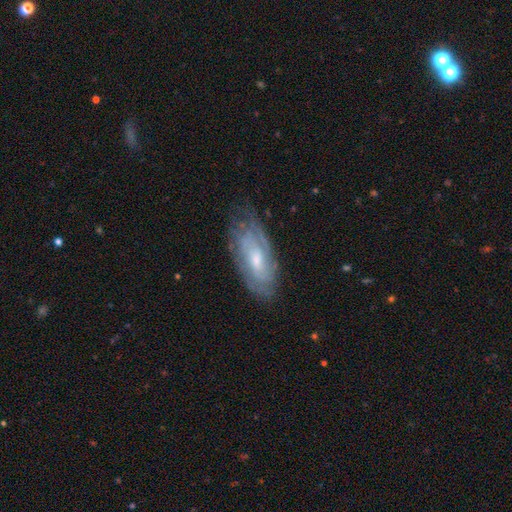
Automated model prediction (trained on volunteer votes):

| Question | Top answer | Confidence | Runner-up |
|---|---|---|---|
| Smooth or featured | featured or disk | 72% | smooth (20%) |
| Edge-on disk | no | 87% | yes (13%) |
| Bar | no | 52% | weak (39%) |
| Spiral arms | yes | 87% | no (13%) |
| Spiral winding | tight | 65% | medium (27%) |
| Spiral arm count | can't tell | 54% | 2 (22%) |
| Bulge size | moderate | 53% | small (39%) |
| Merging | none | 77% | minor disturbance (17%) |